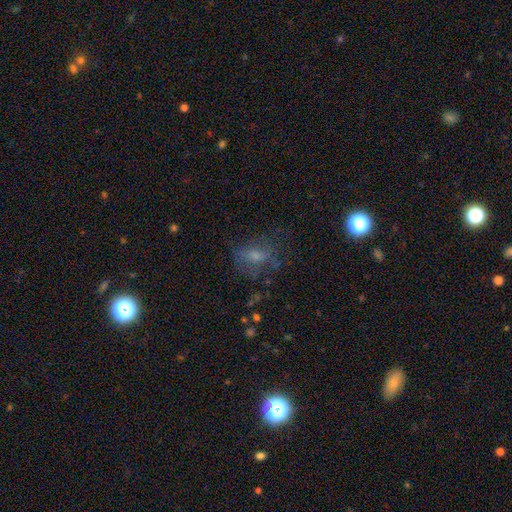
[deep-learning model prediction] smooth 50%, featured or disk 30%, star or artifact 20%. Down the decision tree: merging — none (55%).